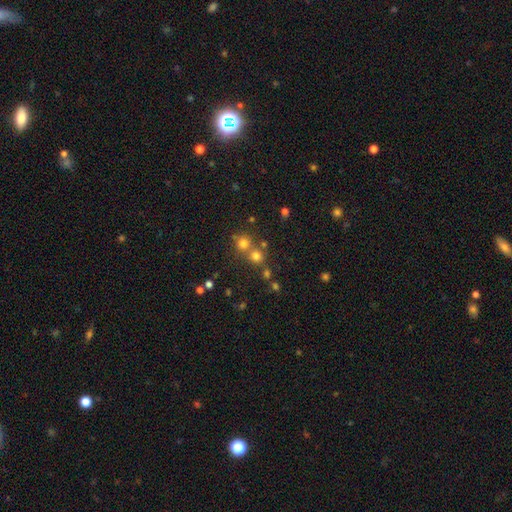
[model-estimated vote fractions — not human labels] The model was most divided on "merging": none: 59%, merger: 32%, minor disturbance: 6%, major disturbance: 3%. More confident: how rounded — round (89%); smooth or featured — smooth (68%).